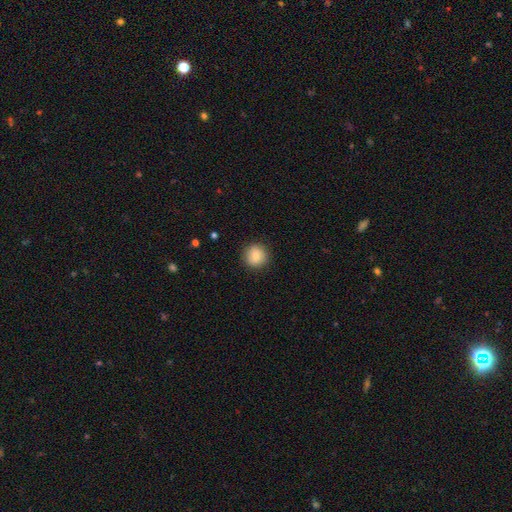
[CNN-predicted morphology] type=smooth (81%); roundness=round (92%); merging=none (89%).